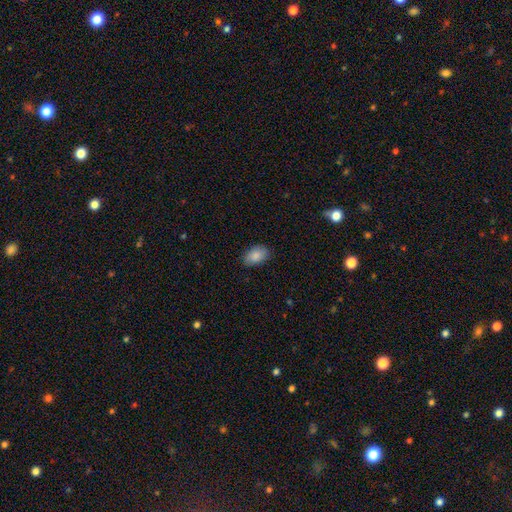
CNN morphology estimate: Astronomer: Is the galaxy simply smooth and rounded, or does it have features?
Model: smooth — 87%.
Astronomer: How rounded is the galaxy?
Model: in between — 91%.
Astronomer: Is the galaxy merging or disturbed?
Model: none — 83%.